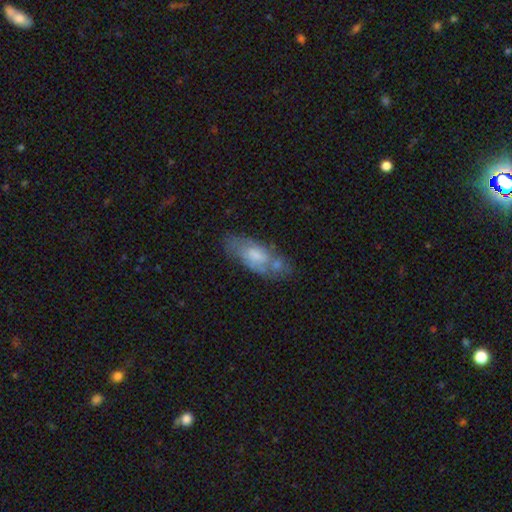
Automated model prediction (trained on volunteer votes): Smooth or featured?
  - smooth: 55% *
  - featured or disk: 38%
  - star or artifact: 7%
How rounded?
  - in between: 78% *
  - cigar-shaped: 19%
  - round: 3%
Merging?
  - none: 52% *
  - minor disturbance: 24%
  - merger: 14%
  - major disturbance: 9%